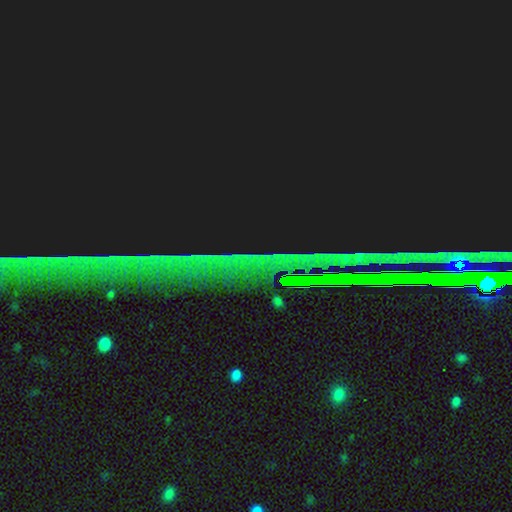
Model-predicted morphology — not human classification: smooth_or_featured: star or artifact (p=0.83) [alt: featured or disk p=0.09]